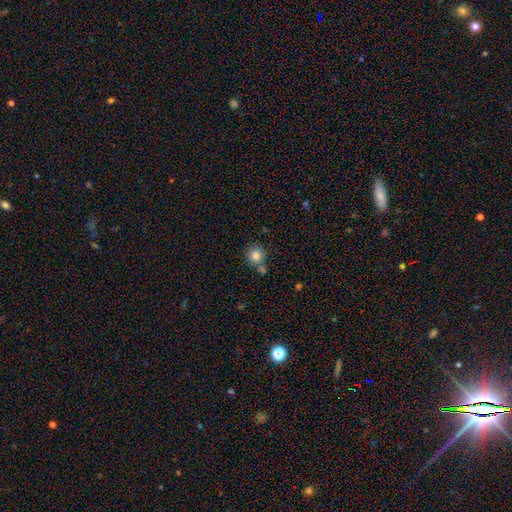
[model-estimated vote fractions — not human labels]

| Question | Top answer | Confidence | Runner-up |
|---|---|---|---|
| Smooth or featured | smooth | 83% | star or artifact (10%) |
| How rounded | round | 91% | in between (8%) |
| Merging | none | 69% | merger (18%) |